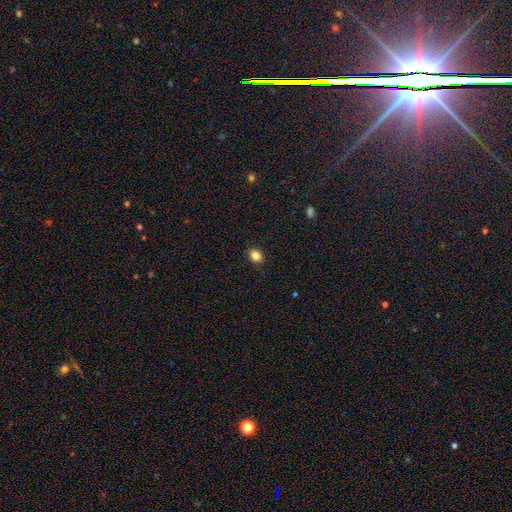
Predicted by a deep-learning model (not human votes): A smooth galaxy with no disk features (84%) that is in between round and cigar-shaped (51%). Merging: none (89%).